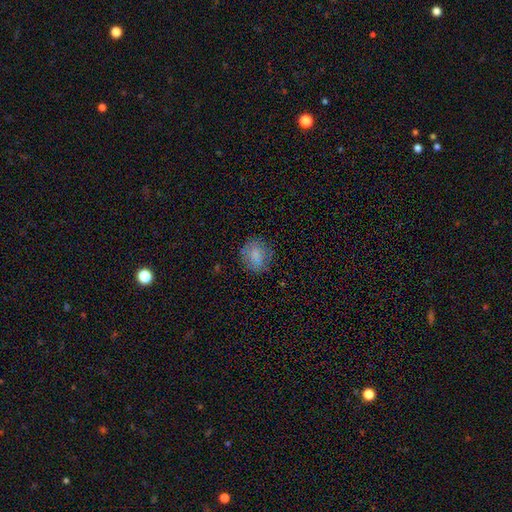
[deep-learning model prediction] smooth 77%, featured or disk 13%, star or artifact 10%. Down the decision tree: how rounded — round (65%); merging — none (76%).